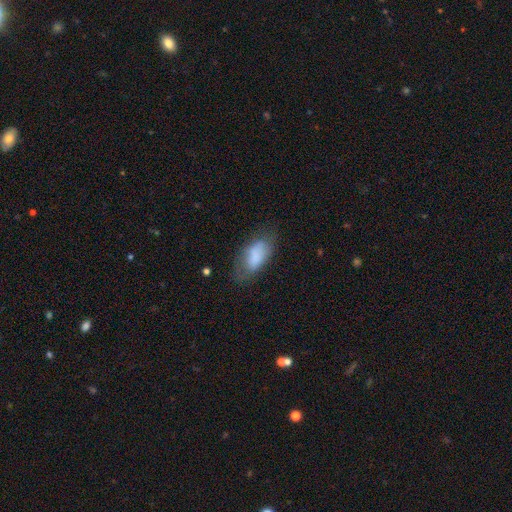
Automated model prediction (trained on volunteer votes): A smooth galaxy with no disk features (78%) that is in between round and cigar-shaped (91%).

Vote fractions:
- Smooth or featured? smooth: 78% / featured or disk: 15% / star or artifact: 7%
- How rounded? in between: 91% / cigar-shaped: 5% / round: 3%
- Merging? none: 54% / minor disturbance: 29% / major disturbance: 14% / merger: 2%